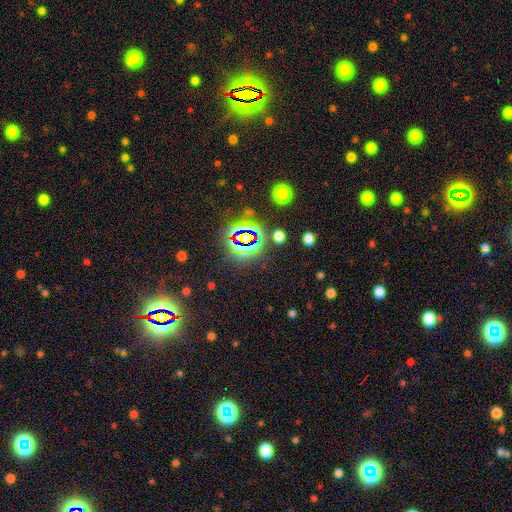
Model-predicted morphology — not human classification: The model was most divided on "smooth or featured": star or artifact: 82%, smooth: 11%, featured or disk: 7%.